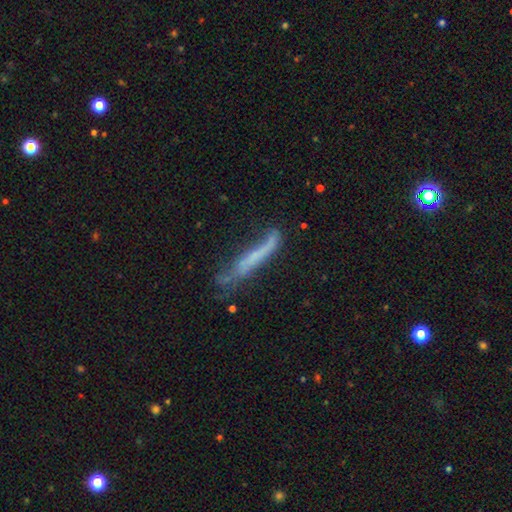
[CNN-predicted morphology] type=smooth (47%); merging=none (46%).